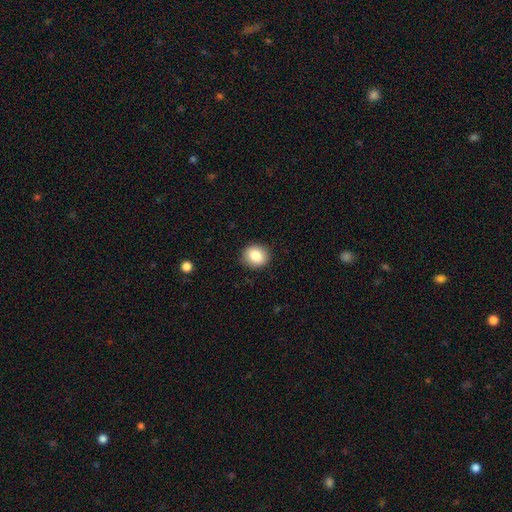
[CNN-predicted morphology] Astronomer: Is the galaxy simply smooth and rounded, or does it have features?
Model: smooth — 84%.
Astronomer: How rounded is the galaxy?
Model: round — 70%.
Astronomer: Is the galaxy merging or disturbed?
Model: none — 89%.